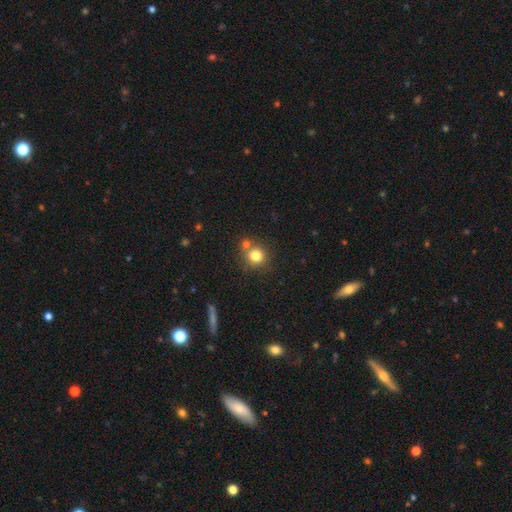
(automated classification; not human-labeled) The model was most divided on "merging": none: 65%, merger: 24%, minor disturbance: 8%, major disturbance: 3%. More confident: how rounded — round (90%); smooth or featured — smooth (79%).